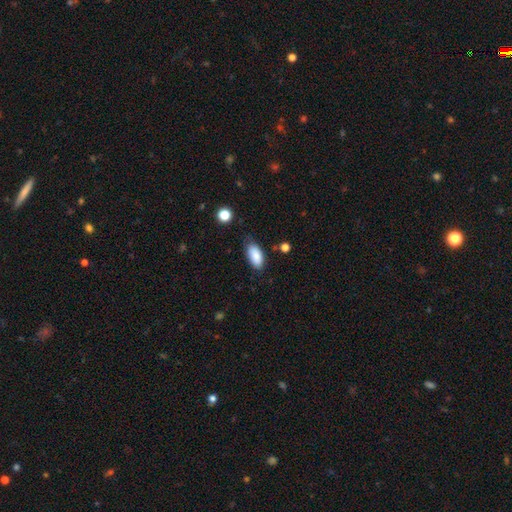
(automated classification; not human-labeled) This appears to be a smooth galaxy with no disk features (88%) that is in between round and cigar-shaped (92%). Merging: none (75%).